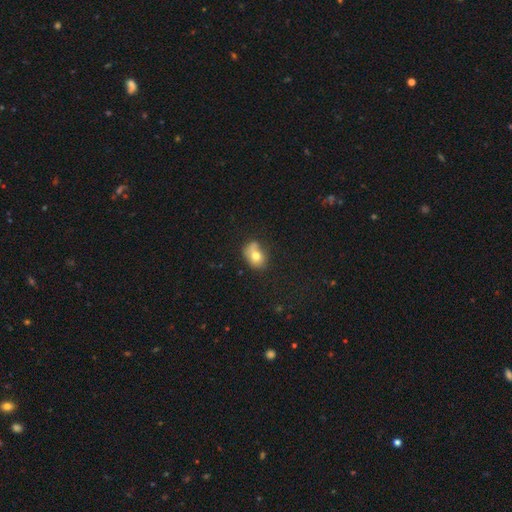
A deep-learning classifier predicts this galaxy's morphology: Overall: smooth (72%). How rounded: in between (63%; round 36%). Merging: none (49%; minor disturbance 30%).